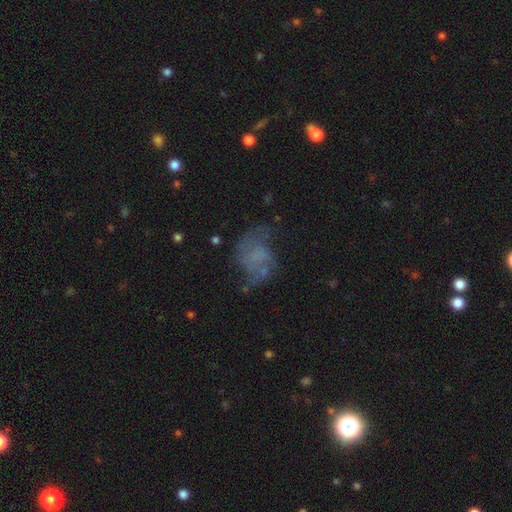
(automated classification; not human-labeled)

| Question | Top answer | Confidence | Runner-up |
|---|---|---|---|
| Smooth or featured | featured or disk | 50% | smooth (33%) |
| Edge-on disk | no | 98% | yes (2%) |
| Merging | none | 44% | major disturbance (27%) |